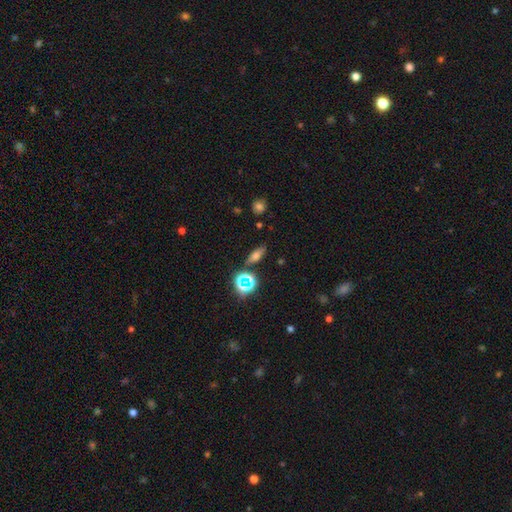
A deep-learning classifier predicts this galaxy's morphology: Smooth or featured?
  - smooth: 56% *
  - featured or disk: 23%
  - star or artifact: 21%
How rounded?
  - in between: 54% *
  - cigar-shaped: 34%
  - round: 12%
Merging?
  - none: 81% *
  - minor disturbance: 11%
  - merger: 4%
  - major disturbance: 3%